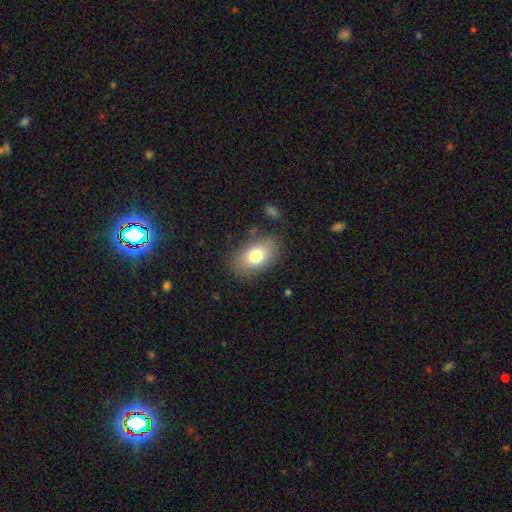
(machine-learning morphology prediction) smooth-or-featured: smooth: 77% | featured or disk: 14% | star or artifact: 9%
  how-rounded: in between: 86% | round: 13% | cigar-shaped: 1%
  merging: none: 81% | minor disturbance: 12% | major disturbance: 4% | merger: 2%